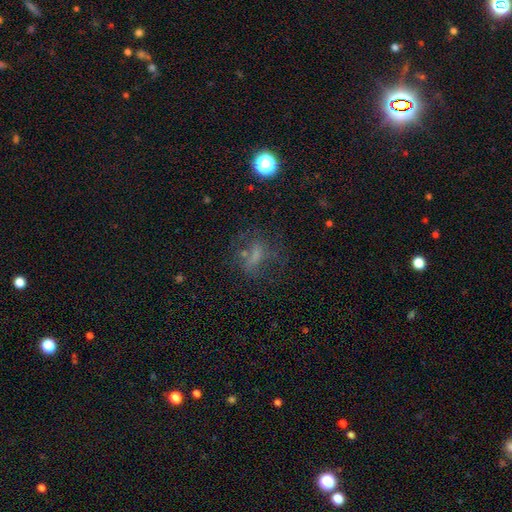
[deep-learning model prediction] Smooth or featured: smooth — 43% (featured or disk — 30%)
Merging: none — 57% (major disturbance — 20%)